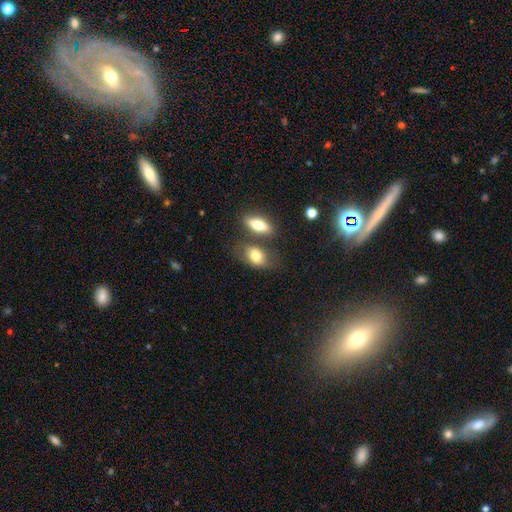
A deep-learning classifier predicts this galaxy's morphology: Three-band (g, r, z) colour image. It shows a smooth galaxy with no disk features (77%) that is in between round and cigar-shaped (82%). Merging: none (55%).